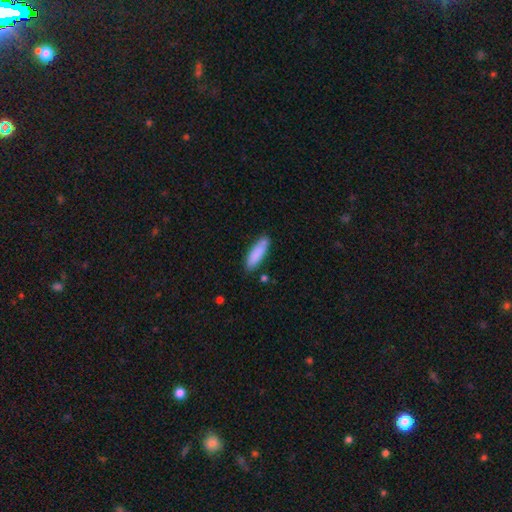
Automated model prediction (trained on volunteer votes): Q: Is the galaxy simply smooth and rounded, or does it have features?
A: smooth — 87%.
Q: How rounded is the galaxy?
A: cigar-shaped — 60%.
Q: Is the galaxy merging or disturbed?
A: none — 79%.